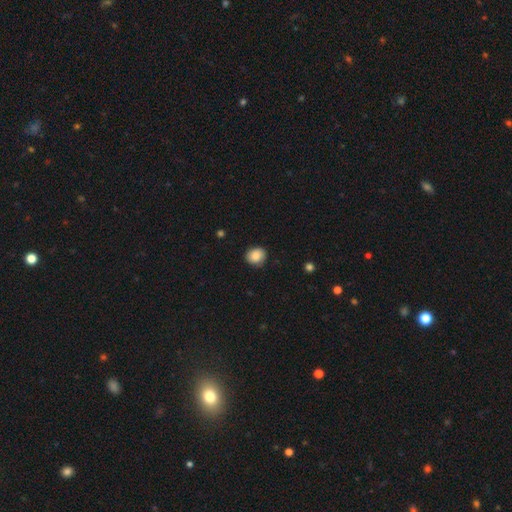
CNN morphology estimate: A smooth galaxy with no disk features (87%) that is round (72%).

Vote fractions:
- Smooth or featured? smooth: 87% / star or artifact: 8% / featured or disk: 5%
- How rounded? round: 72% / in between: 27% / cigar-shaped: 1%
- Merging? none: 83% / minor disturbance: 13% / major disturbance: 3% / merger: 1%